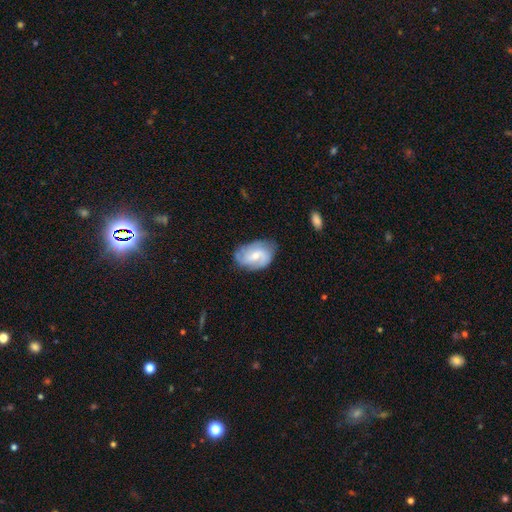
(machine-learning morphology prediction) featured or disk 67%, smooth 27%, star or artifact 6%. Down the decision tree: edge-on disk — no (97%); bar — weak (49%); spiral arms — yes (90%); spiral arm count — 2 (38%); spiral winding — medium (44%); bulge size — small (47%, tied with moderate); merging — none (68%).